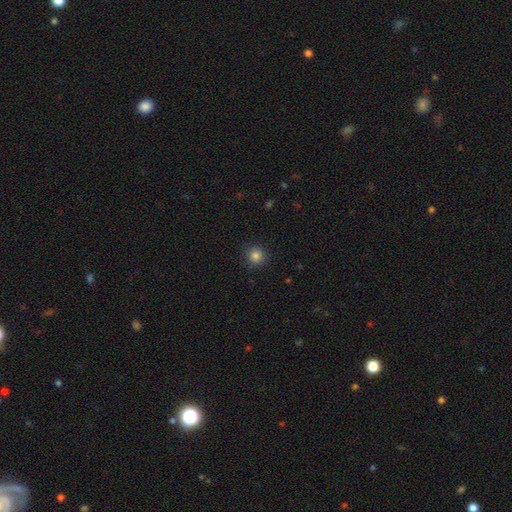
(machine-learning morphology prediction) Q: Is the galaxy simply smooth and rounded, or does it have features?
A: smooth — 84%.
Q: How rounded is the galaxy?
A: round — 94%.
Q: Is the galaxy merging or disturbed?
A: none — 90%.